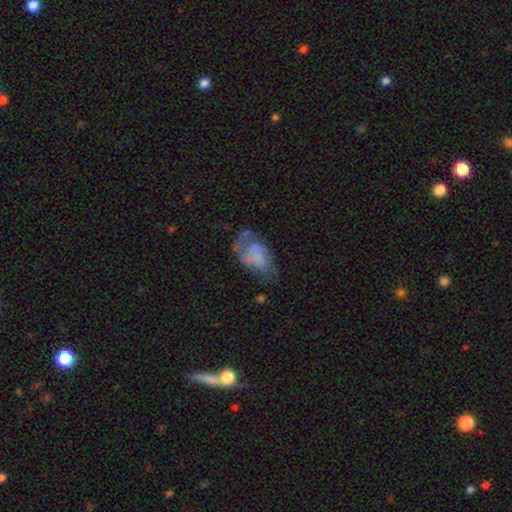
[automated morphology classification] type=featured or disk (48%); merging=major disturbance (37%).